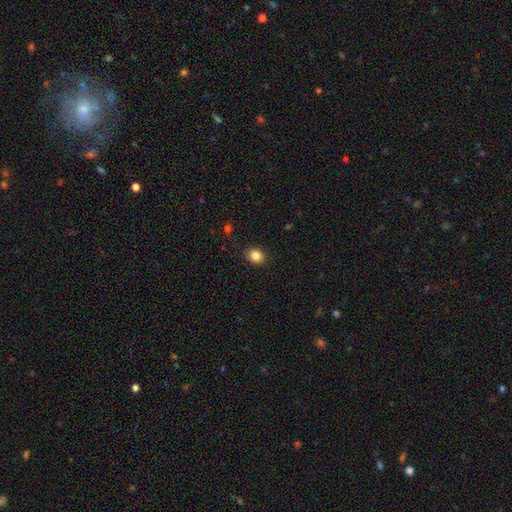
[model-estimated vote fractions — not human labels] smooth-or-featured: smooth: 85% | star or artifact: 10% | featured or disk: 5%
  how-rounded: round: 53% | in between: 46% | cigar-shaped: 1%
  merging: none: 89% | minor disturbance: 8% | major disturbance: 2% | merger: 1%